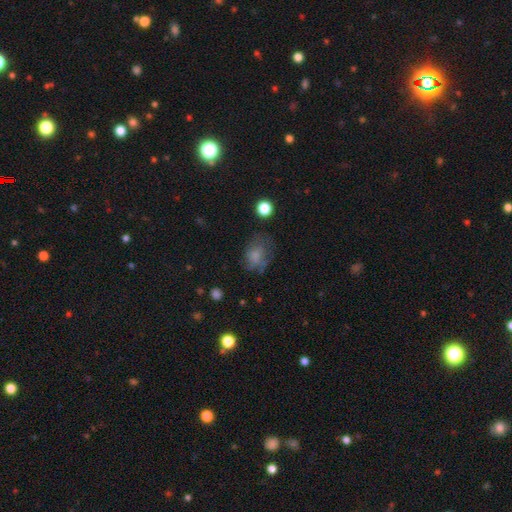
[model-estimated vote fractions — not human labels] A smooth galaxy with no disk features (65%) that is in between round and cigar-shaped (63%).

Vote fractions:
- Smooth or featured? smooth: 65% / featured or disk: 21% / star or artifact: 13%
- How rounded? in between: 63% / round: 35% / cigar-shaped: 1%
- Merging? none: 46% / minor disturbance: 27% / major disturbance: 24% / merger: 3%